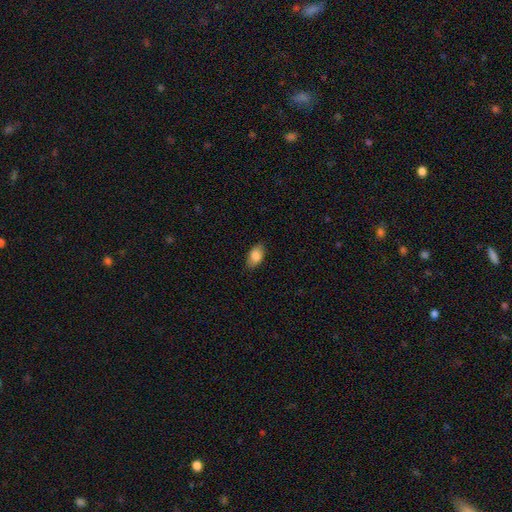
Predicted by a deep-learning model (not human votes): smooth-or-featured: smooth: 85% | featured or disk: 8% | star or artifact: 7%
  how-rounded: in between: 91% | round: 6% | cigar-shaped: 3%
  merging: none: 84% | minor disturbance: 13% | major disturbance: 3% | merger: 1%